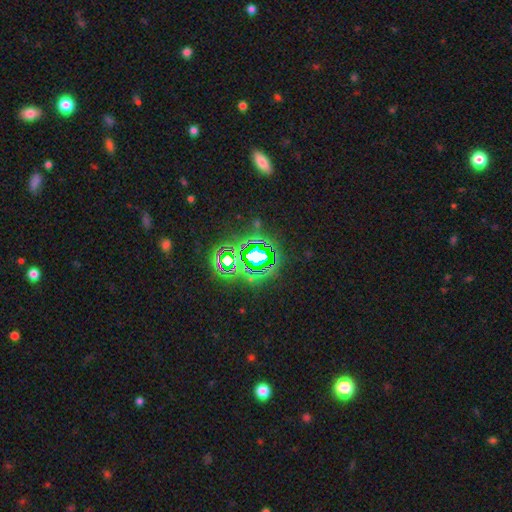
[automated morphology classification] Smooth or featured?
  - star or artifact: 76% *
  - featured or disk: 12%
  - smooth: 12%